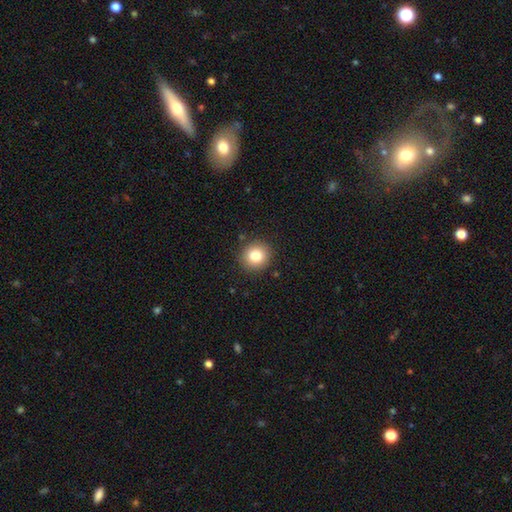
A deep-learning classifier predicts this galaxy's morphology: The model was most divided on "smooth or featured": smooth: 81%, star or artifact: 11%, featured or disk: 8%. More confident: how rounded — round (91%); merging — none (90%).